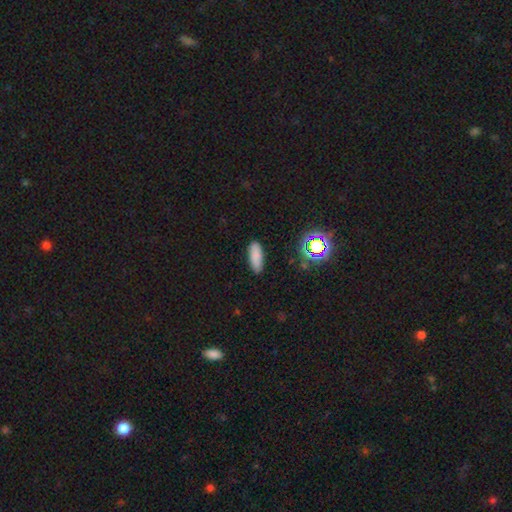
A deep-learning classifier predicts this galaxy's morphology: This appears to be a smooth galaxy with no disk features (82%) that is in between round and cigar-shaped (67%). Merging: none (86%).